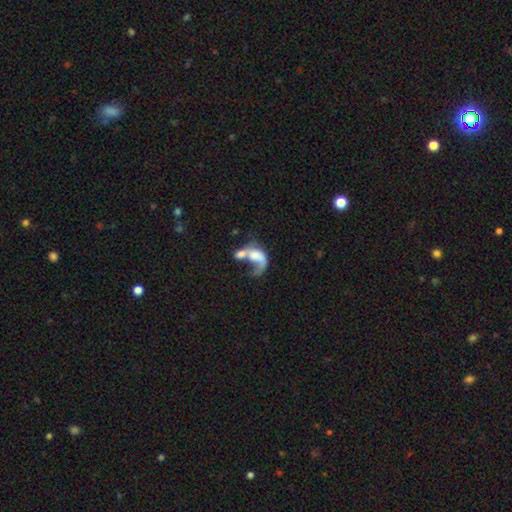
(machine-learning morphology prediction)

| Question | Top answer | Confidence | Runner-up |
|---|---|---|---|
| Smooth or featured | featured or disk | 51% | smooth (40%) |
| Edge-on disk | no | 97% | yes (3%) |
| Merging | merger | 55% | major disturbance (26%) |